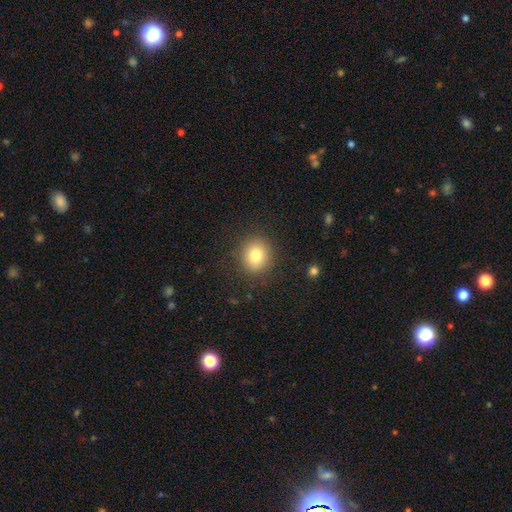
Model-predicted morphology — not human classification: smooth-or-featured: smooth: 80% | star or artifact: 11% | featured or disk: 9%
  how-rounded: round: 81% | in between: 18% | cigar-shaped: 1%
  merging: none: 88% | minor disturbance: 8% | major disturbance: 3% | merger: 1%